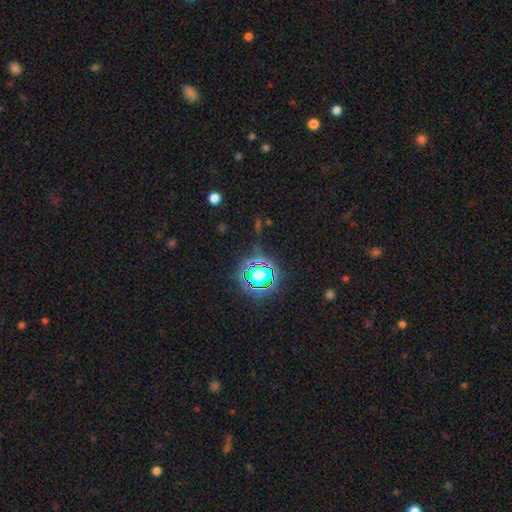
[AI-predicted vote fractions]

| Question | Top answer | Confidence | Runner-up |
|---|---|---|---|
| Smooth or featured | star or artifact | 77% | smooth (15%) |